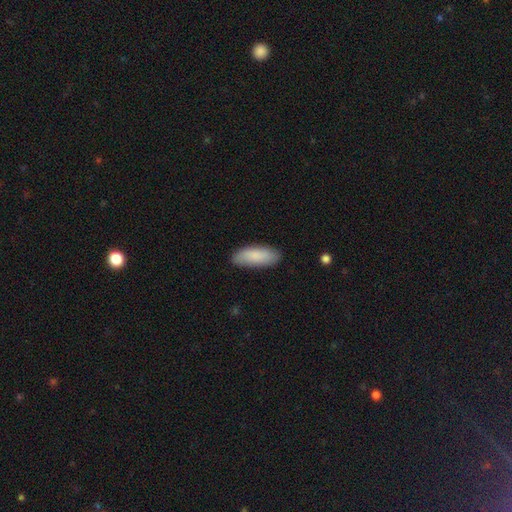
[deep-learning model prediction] Smooth or featured: smooth — 85% (featured or disk — 10%)
How rounded: in between — 72% (cigar-shaped — 27%)
Merging: none — 86% (minor disturbance — 11%)